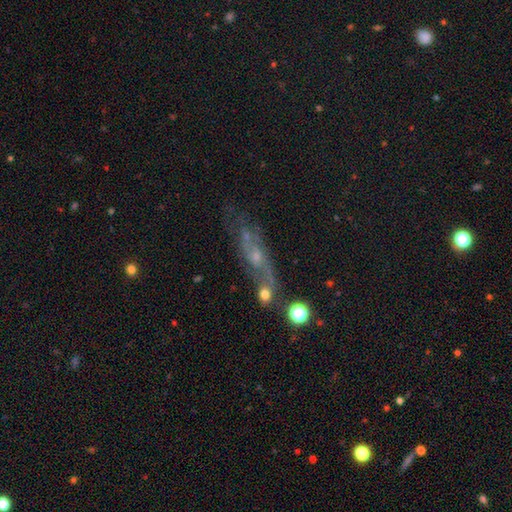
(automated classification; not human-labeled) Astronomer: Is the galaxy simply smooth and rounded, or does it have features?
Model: featured or disk — 63%.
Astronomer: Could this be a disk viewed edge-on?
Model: no — 76%.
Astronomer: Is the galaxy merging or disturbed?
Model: none — 48%.